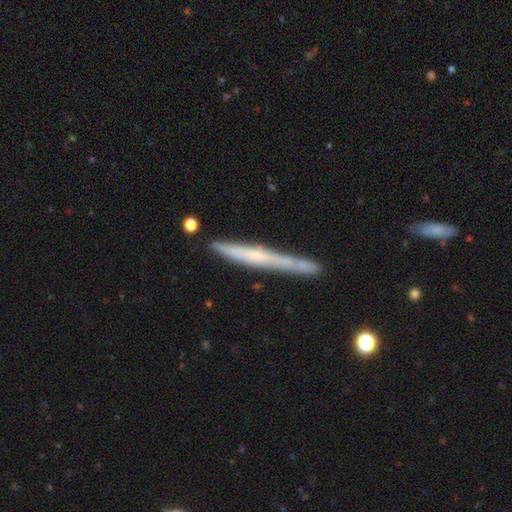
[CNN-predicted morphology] A featured or disk galaxy (58%) viewed edge-on (95%) with no central bulge (64%).

Vote fractions:
- Smooth or featured? featured or disk: 58% / smooth: 36% / star or artifact: 7%
- Edge-on disk? yes: 95% / no: 5%
- Edge-on bulge? none: 64% / rounded: 28% / boxy: 8%
- Merging? none: 76% / minor disturbance: 16% / merger: 5% / major disturbance: 3%